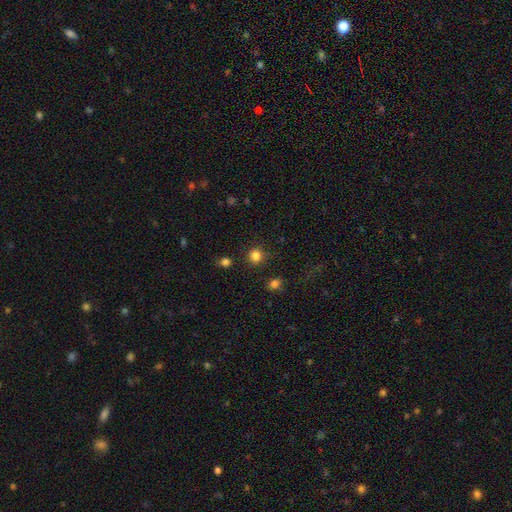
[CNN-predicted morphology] type=smooth (82%); roundness=round (89%); merging=none (85%).